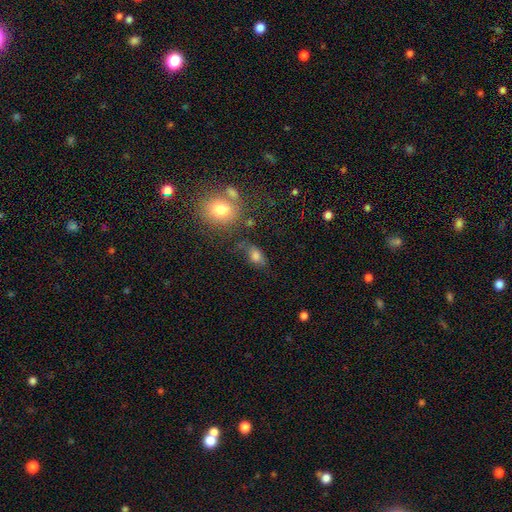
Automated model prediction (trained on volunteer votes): A smooth galaxy with no disk features (73%) that is in between round and cigar-shaped (80%).

Vote fractions:
- Smooth or featured? smooth: 73% / featured or disk: 14% / star or artifact: 13%
- How rounded? in between: 80% / round: 15% / cigar-shaped: 5%
- Merging? none: 49% / minor disturbance: 25% / major disturbance: 15% / merger: 11%